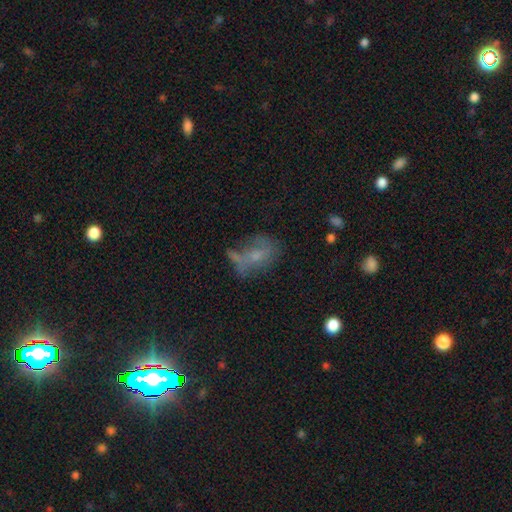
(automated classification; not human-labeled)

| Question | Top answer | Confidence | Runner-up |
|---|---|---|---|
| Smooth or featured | smooth | 45% | featured or disk (39%) |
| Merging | none | 38% | major disturbance (25%) |